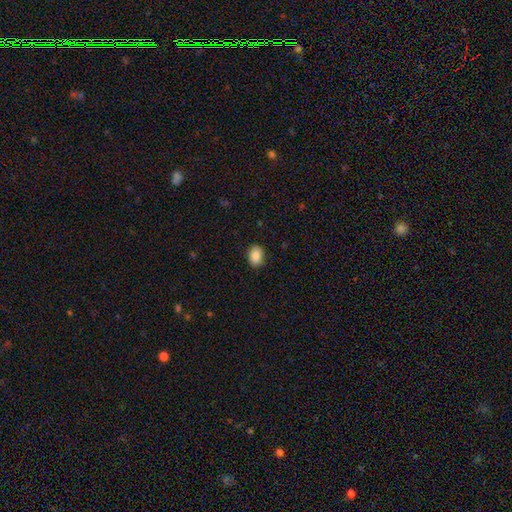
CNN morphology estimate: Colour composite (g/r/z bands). It shows a smooth galaxy with no disk features (89%) that is in between round and cigar-shaped (76%). Merging: none (88%).